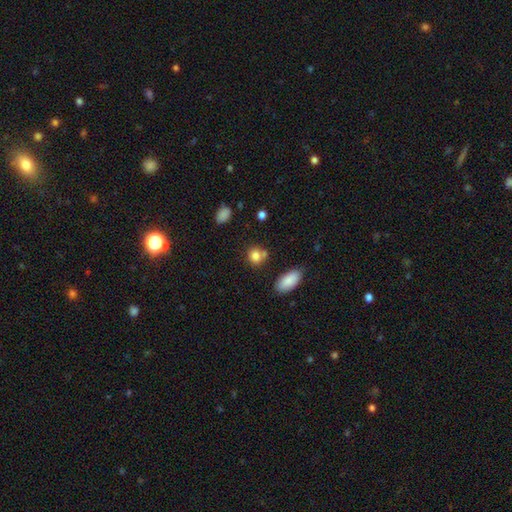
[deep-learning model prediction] Q: Smooth or featured?
A: smooth (81%); runner-up: star or artifact (11%)
Q: How rounded?
A: round (73%); runner-up: in between (25%)
Q: Merging?
A: none (61%); runner-up: merger (21%)